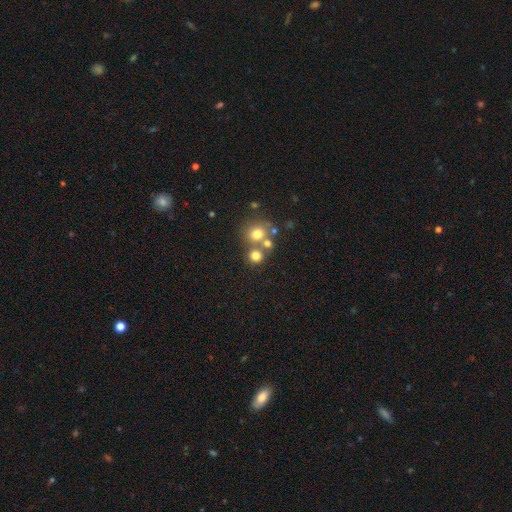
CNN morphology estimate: A smooth galaxy with no disk features (73%) that is round (86%).

Vote fractions:
- Smooth or featured? smooth: 73% / star or artifact: 15% / featured or disk: 12%
- How rounded? round: 86% / in between: 13% / cigar-shaped: 1%
- Merging? none: 57% / merger: 32% / minor disturbance: 8% / major disturbance: 4%